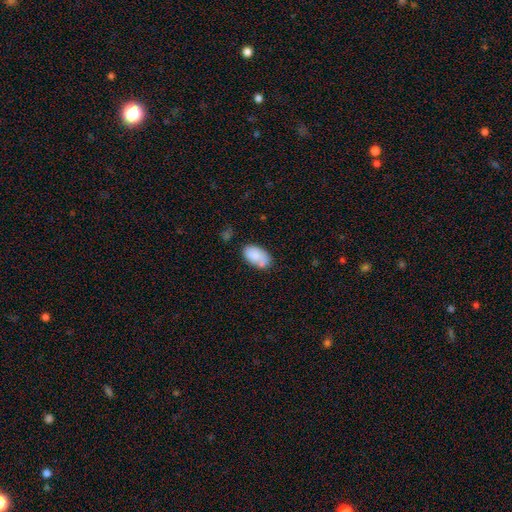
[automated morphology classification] Smooth or featured?
  - smooth: 80% *
  - featured or disk: 13%
  - star or artifact: 7%
How rounded?
  - in between: 93% *
  - round: 5%
  - cigar-shaped: 2%
Merging?
  - none: 60% *
  - minor disturbance: 23%
  - merger: 11%
  - major disturbance: 6%